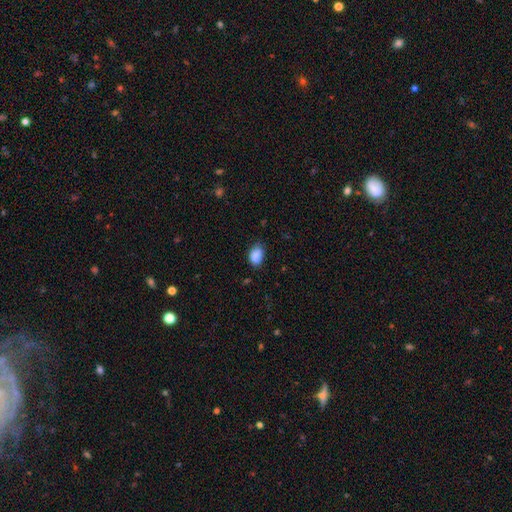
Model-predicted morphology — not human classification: Smooth or featured: smooth — 86% (star or artifact — 8%)
How rounded: in between — 81% (round — 18%)
Merging: none — 68% (minor disturbance — 25%)